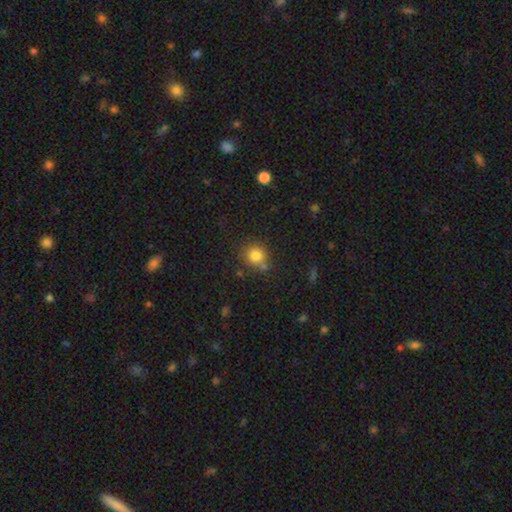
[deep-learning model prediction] This appears to be a smooth galaxy with no disk features (81%) that is round (85%). Merging: none (70%).